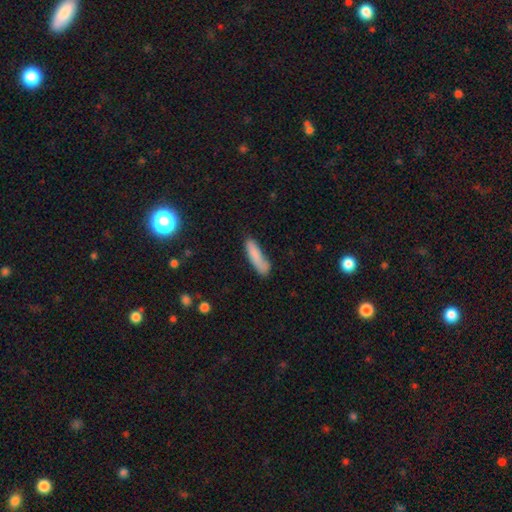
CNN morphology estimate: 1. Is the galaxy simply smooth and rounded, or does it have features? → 82% smooth, 11% featured or disk, 7% star or artifact.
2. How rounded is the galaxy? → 72% cigar-shaped, 27% in between, 2% round.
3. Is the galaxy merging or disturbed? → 62% none, 24% minor disturbance, 7% major disturbance, 6% merger.